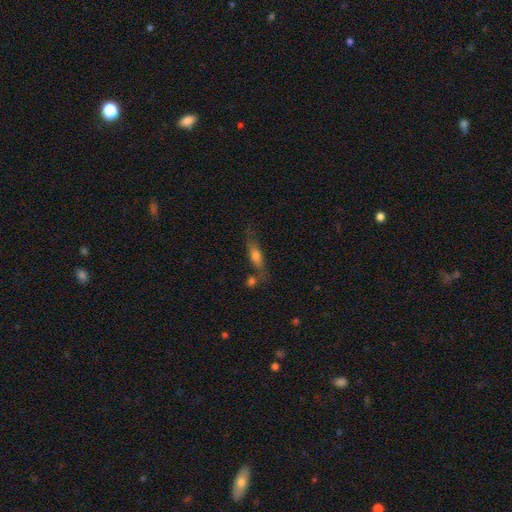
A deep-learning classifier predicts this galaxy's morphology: This appears to be a smooth galaxy with no disk features (52%) that is cigar-shaped (52%). Merging: none (62%).